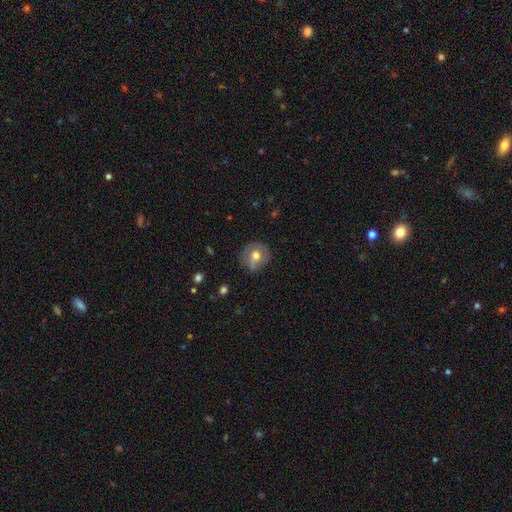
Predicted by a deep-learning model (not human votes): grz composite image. It shows a smooth galaxy with no disk features (59%) that is round (81%). Merging: none (66%).